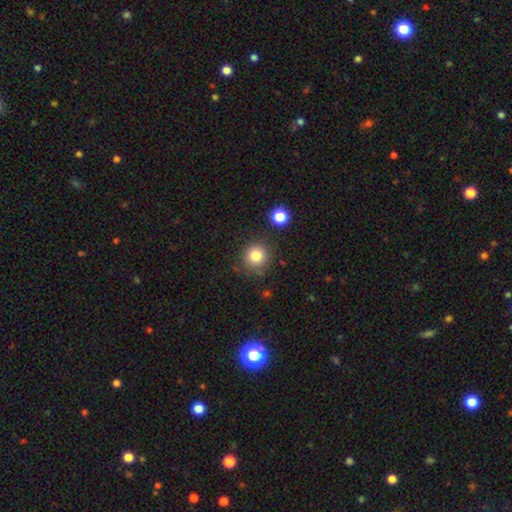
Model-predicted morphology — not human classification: This is clearly a smooth galaxy (81%). How rounded: clearly round (92%). Merging: clearly none (82%).